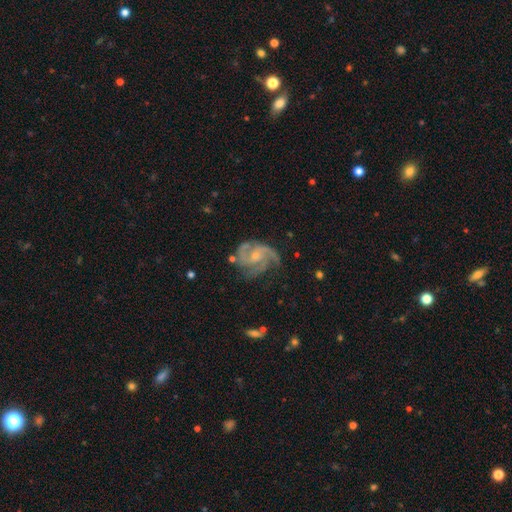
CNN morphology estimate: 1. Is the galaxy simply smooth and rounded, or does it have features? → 90% featured or disk, 5% star or artifact, 5% smooth.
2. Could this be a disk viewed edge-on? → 98% no, 2% yes.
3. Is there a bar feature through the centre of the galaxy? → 66% no, 28% weak, 6% strong.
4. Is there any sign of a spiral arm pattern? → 98% yes, 2% no.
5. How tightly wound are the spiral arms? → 51% medium, 36% tight, 12% loose.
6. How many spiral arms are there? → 58% 3, 16% 2, 11% 4, 7% can't tell, 4% 1, 4% more than 4.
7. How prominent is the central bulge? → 63% small, 32% moderate, 3% none, 1% large, 1% dominant.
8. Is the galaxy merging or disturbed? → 65% none, 22% minor disturbance, 11% major disturbance, 2% merger.